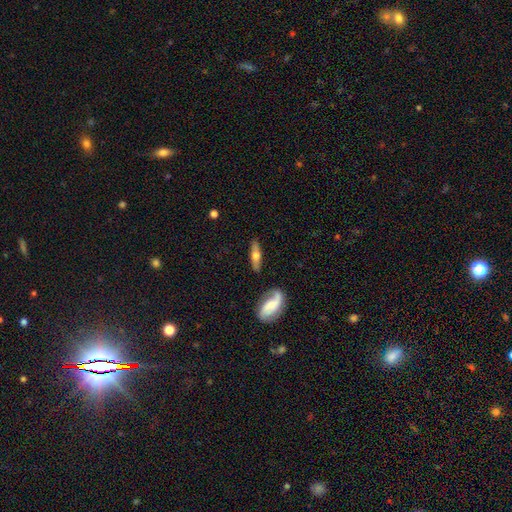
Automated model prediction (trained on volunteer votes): Smooth or featured? Predicted: featured or disk (p=0.57). Edge-on disk? Predicted: yes (p=0.73). Merging? Predicted: none (p=0.82).